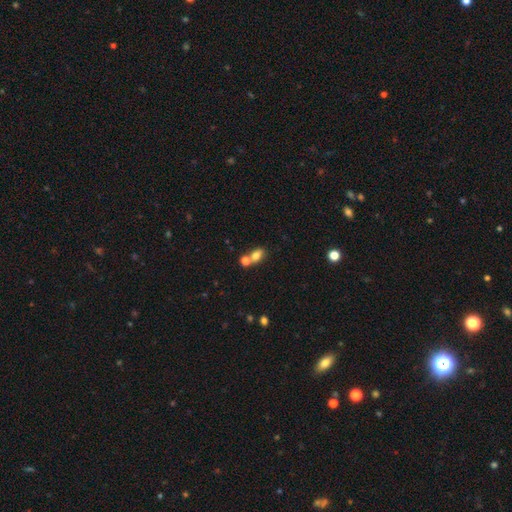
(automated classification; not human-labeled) smooth 78%, star or artifact 12%, featured or disk 10%. Down the decision tree: how rounded — in between (74%); merging — none (44%).